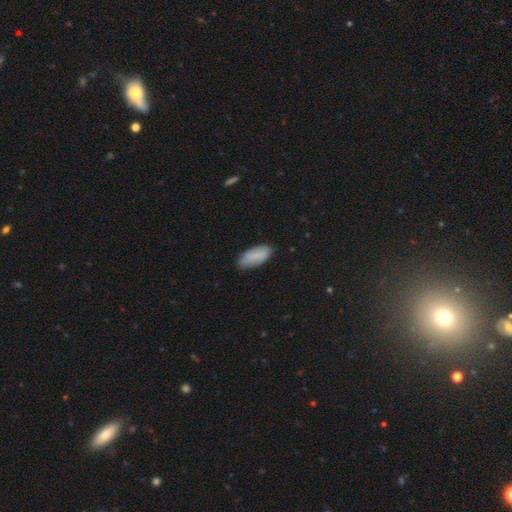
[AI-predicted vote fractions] This is clearly a smooth galaxy (84%). How rounded: clearly in between (88%). Merging: clearly none (80%).